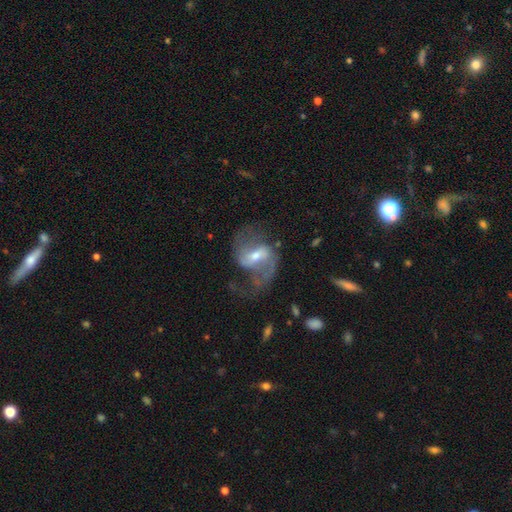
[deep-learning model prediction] Smooth or featured? Predicted: featured or disk (p=0.86). Edge-on disk? Predicted: no (p=0.97). Bar? Predicted: weak (p=0.50). Spiral arms? Predicted: yes (p=0.94). Spiral winding? Predicted: loose (p=0.46). Spiral arm count? Predicted: 2 (p=0.86). Bulge size? Predicted: moderate (p=0.52). Merging? Predicted: none (p=0.58).